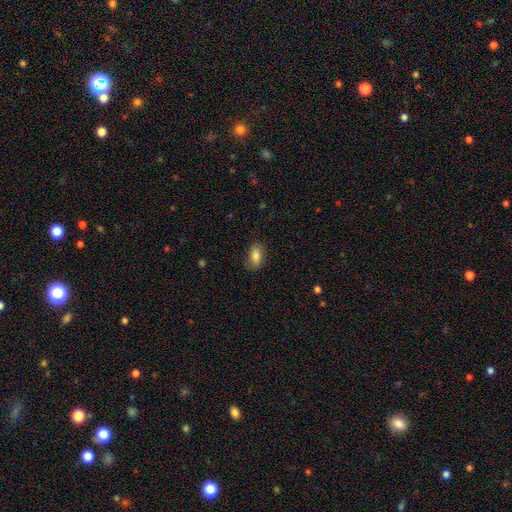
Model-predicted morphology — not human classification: Smooth or featured? Predicted: smooth (p=0.81). How rounded? Predicted: in between (p=0.90). Merging? Predicted: none (p=0.81).